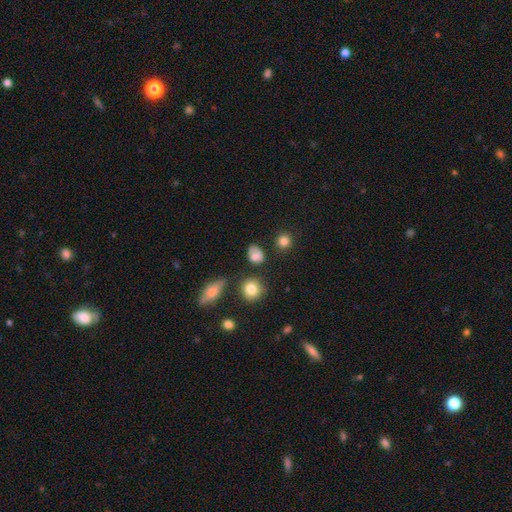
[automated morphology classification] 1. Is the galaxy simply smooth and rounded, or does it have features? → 79% smooth, 11% star or artifact, 10% featured or disk.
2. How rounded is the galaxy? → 54% round, 44% in between, 2% cigar-shaped.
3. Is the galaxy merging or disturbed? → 66% none, 20% minor disturbance, 7% major disturbance, 6% merger.